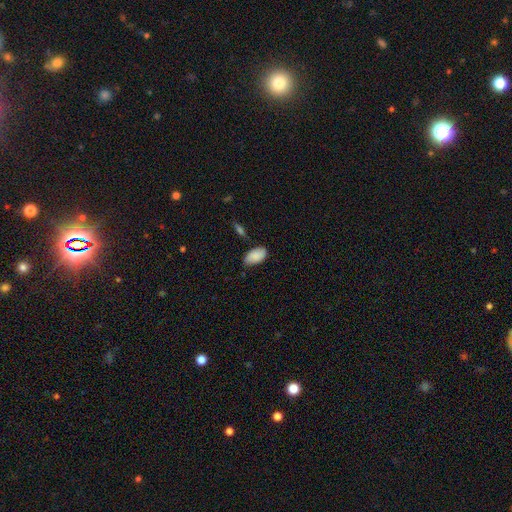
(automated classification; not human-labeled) Smooth or featured? smooth (87%)
How rounded? in between (95%)
Merging? none (69%)